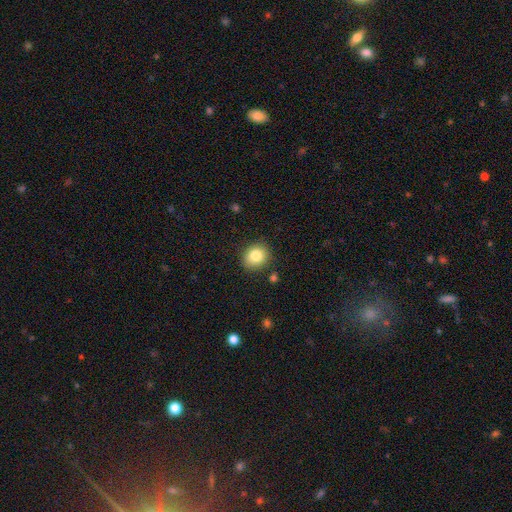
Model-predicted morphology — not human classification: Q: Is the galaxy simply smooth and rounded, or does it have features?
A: smooth — 82%.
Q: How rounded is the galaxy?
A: round — 70%.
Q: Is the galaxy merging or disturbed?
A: none — 85%.